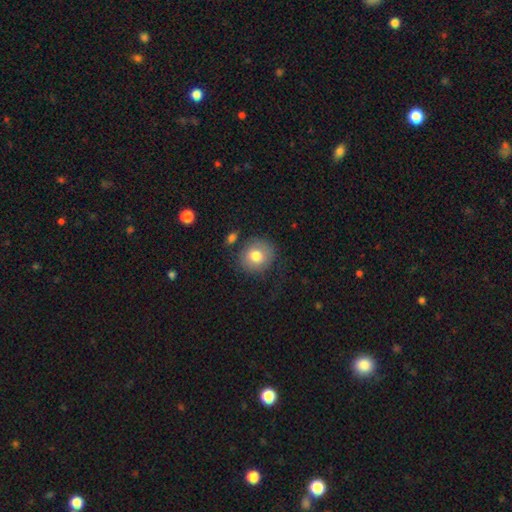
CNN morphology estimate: Smooth or featured? Predicted: smooth (p=0.78). How rounded? Predicted: round (p=0.82). Merging? Predicted: none (p=0.75).